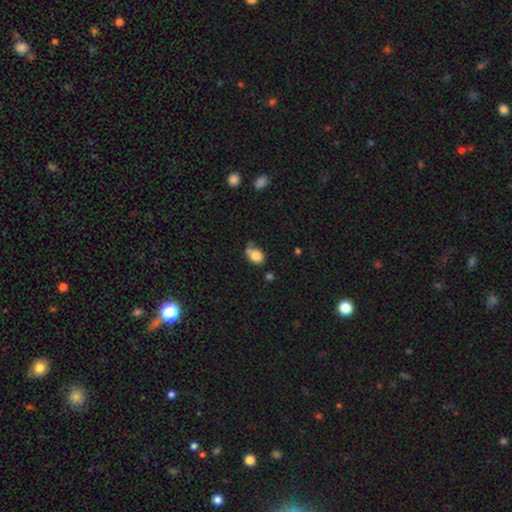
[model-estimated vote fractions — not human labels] smooth-or-featured: smooth: 81% | star or artifact: 10% | featured or disk: 9%
  how-rounded: round: 50% | in between: 49% | cigar-shaped: 1%
  merging: none: 44% | minor disturbance: 25% | merger: 23% | major disturbance: 9%